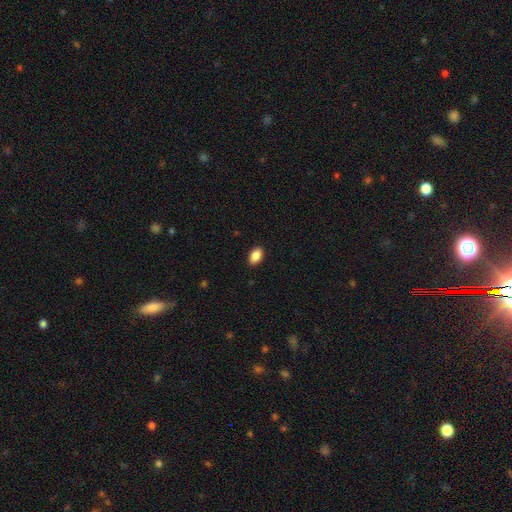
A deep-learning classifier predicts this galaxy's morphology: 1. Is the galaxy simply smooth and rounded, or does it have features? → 89% smooth, 8% star or artifact, 4% featured or disk.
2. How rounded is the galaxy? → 91% in between, 8% round, 1% cigar-shaped.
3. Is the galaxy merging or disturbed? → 89% none, 8% minor disturbance, 2% major disturbance, 1% merger.